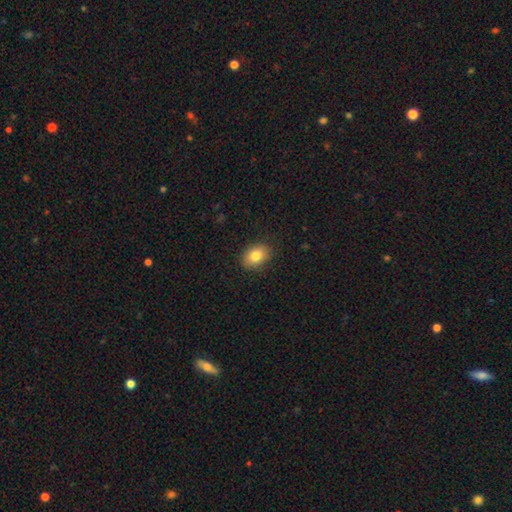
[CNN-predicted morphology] Smooth or featured?
  - smooth: 82% *
  - featured or disk: 9%
  - star or artifact: 9%
How rounded?
  - in between: 73% *
  - round: 26%
  - cigar-shaped: 1%
Merging?
  - none: 87% *
  - minor disturbance: 10%
  - major disturbance: 2%
  - merger: 1%